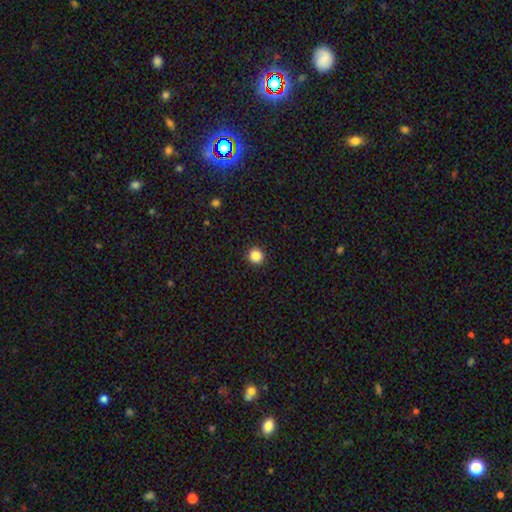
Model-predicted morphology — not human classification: The model was most divided on "smooth or featured": smooth: 86%, star or artifact: 11%, featured or disk: 3%. More confident: how rounded — round (94%); merging — none (93%).